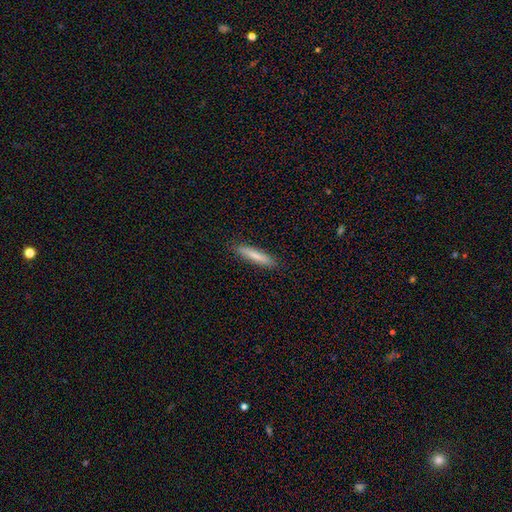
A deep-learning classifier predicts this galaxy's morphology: Q: Smooth or featured?
A: smooth (78%); runner-up: featured or disk (16%)
Q: How rounded?
A: cigar-shaped (89%); runner-up: in between (10%)
Q: Merging?
A: none (89%); runner-up: minor disturbance (8%)